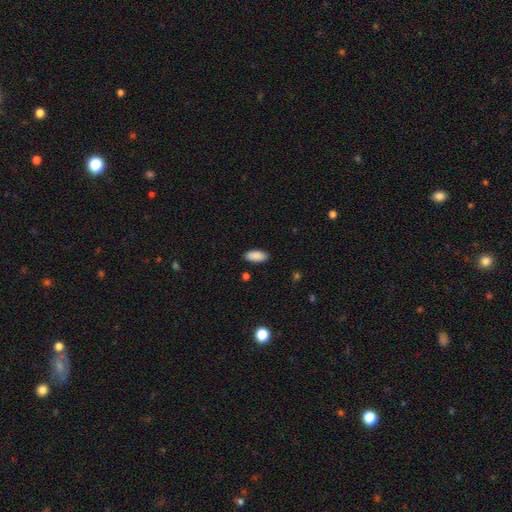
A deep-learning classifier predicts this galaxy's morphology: type=smooth (90%); roundness=in between (90%); merging=none (88%).